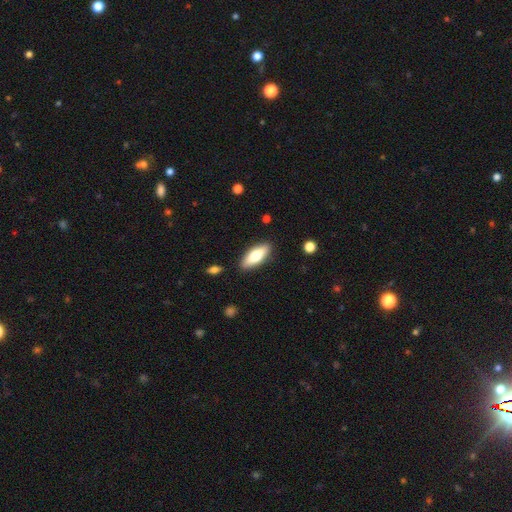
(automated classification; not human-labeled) The model was most divided on "how rounded": in between: 69%, cigar-shaped: 29%, round: 2%. More confident: merging — none (87%); smooth or featured — smooth (70%).